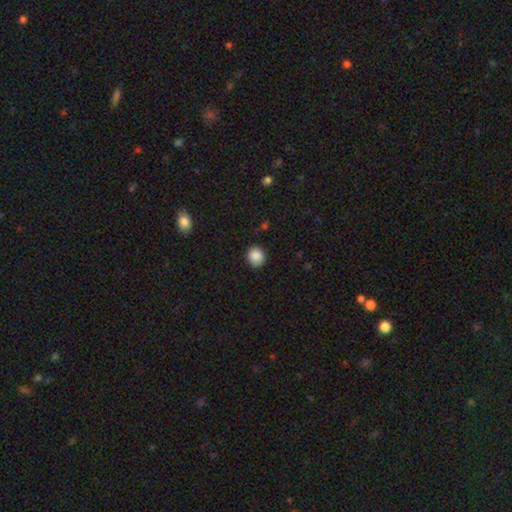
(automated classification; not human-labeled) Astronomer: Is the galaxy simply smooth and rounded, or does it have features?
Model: smooth — 88%.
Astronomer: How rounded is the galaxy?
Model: round — 79%.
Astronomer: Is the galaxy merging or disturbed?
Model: none — 87%.